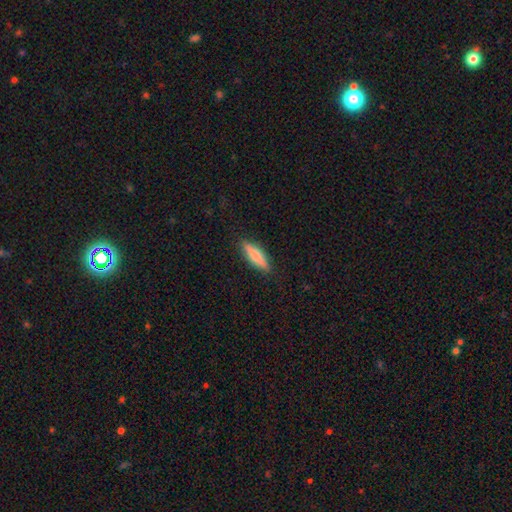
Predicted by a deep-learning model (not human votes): Morphology: type=smooth (66%); roundness=cigar-shaped (71%); merging=none (89%).